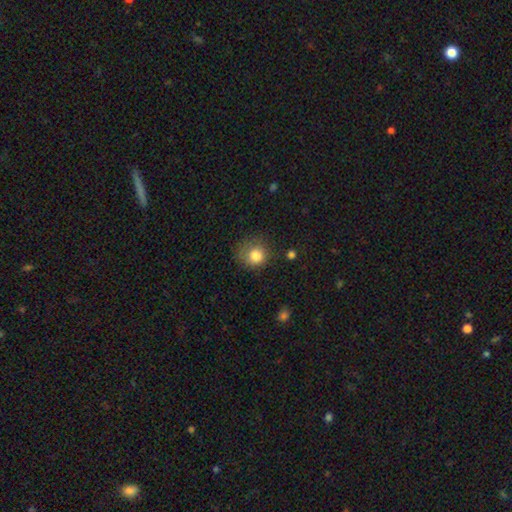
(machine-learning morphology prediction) The model was most divided on "merging": none: 62%, minor disturbance: 24%, major disturbance: 12%, merger: 2%. More confident: how rounded — round (84%); smooth or featured — smooth (81%).